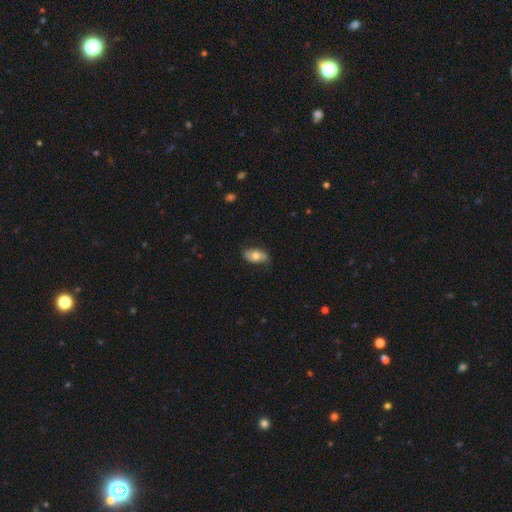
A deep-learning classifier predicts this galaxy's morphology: Smooth or featured? smooth (67%)
How rounded? in between (92%)
Merging? none (73%)